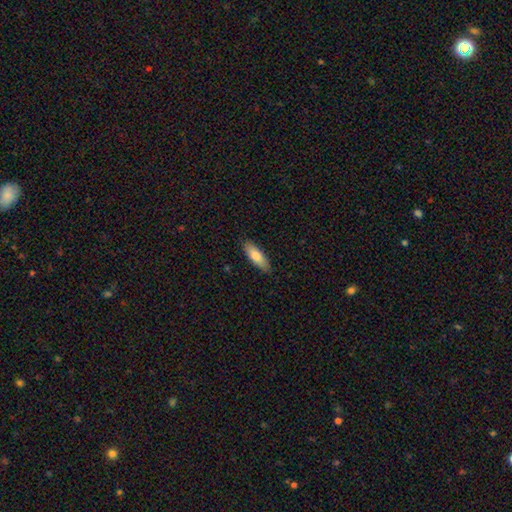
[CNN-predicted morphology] smooth-or-featured: smooth: 77% | featured or disk: 17% | star or artifact: 6%
  how-rounded: in between: 65% | cigar-shaped: 33% | round: 2%
  merging: none: 87% | minor disturbance: 10% | major disturbance: 2% | merger: 1%